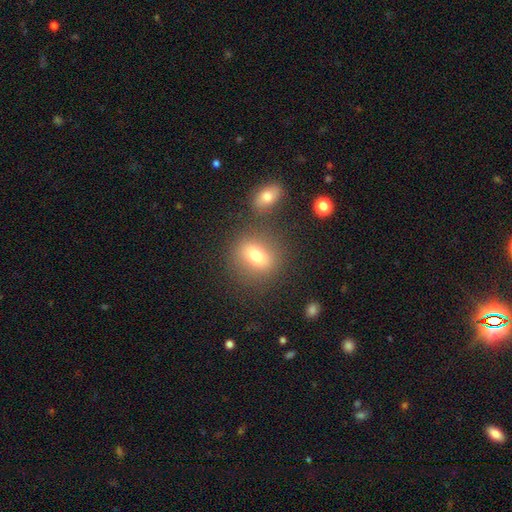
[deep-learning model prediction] Smooth or featured? Predicted: smooth (p=0.75). How rounded? Predicted: in between (p=0.49, tied with round). Merging? Predicted: none (p=0.71).